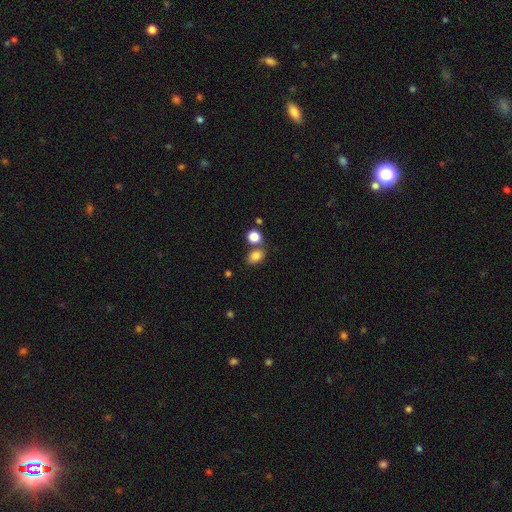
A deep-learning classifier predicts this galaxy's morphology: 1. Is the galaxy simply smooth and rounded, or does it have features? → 83% smooth, 11% star or artifact, 6% featured or disk.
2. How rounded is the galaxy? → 69% in between, 30% round, 1% cigar-shaped.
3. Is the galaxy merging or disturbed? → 63% none, 21% merger, 12% minor disturbance, 4% major disturbance.